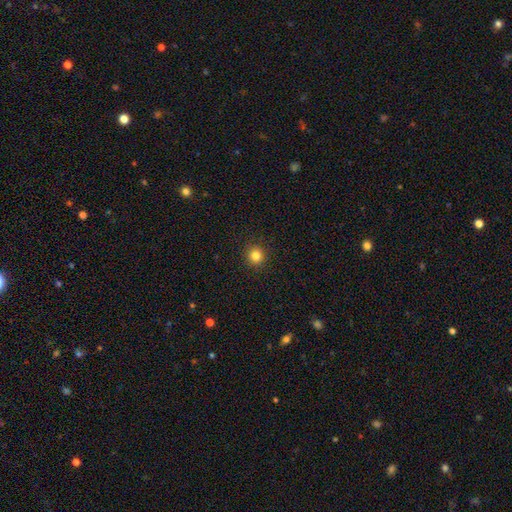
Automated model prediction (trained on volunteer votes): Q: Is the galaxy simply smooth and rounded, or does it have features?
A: smooth — 82%.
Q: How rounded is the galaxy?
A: round — 94%.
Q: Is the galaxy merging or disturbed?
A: none — 93%.